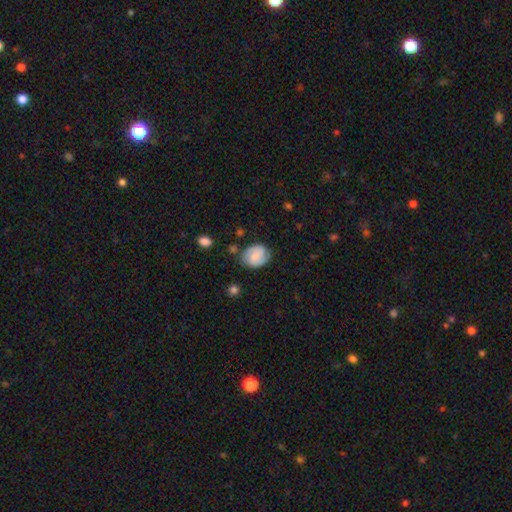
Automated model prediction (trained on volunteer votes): smooth-or-featured: smooth: 53% | featured or disk: 39% | star or artifact: 8%
  how-rounded: in between: 54% | round: 45% | cigar-shaped: 1%
  merging: none: 70% | minor disturbance: 21% | major disturbance: 6% | merger: 3%